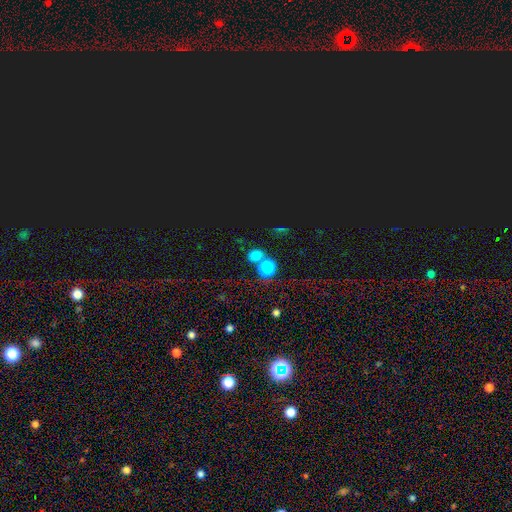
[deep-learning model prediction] A smooth galaxy with no disk features (67%) that is round (59%). Merging: none (53%).